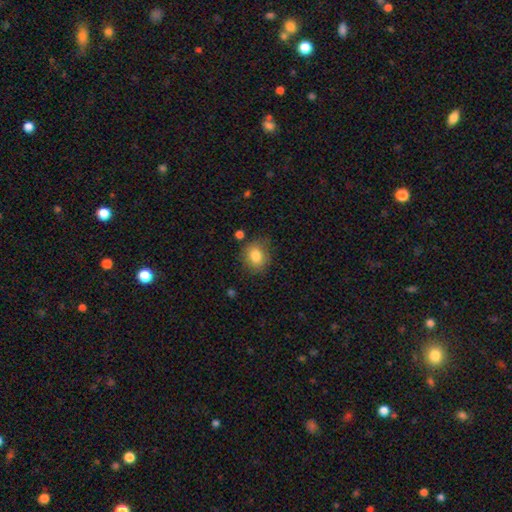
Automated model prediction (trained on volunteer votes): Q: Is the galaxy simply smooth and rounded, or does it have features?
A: smooth — 82%.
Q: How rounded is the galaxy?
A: round — 64%.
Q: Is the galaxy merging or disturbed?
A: none — 77%.